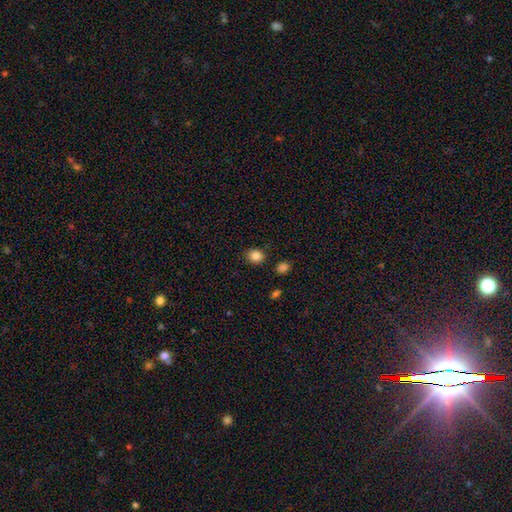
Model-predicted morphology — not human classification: A smooth galaxy with no disk features (85%) that is round (73%).

Vote fractions:
- Smooth or featured? smooth: 85% / star or artifact: 11% / featured or disk: 4%
- How rounded? round: 73% / in between: 26% / cigar-shaped: 1%
- Merging? none: 86% / minor disturbance: 9% / merger: 3% / major disturbance: 3%